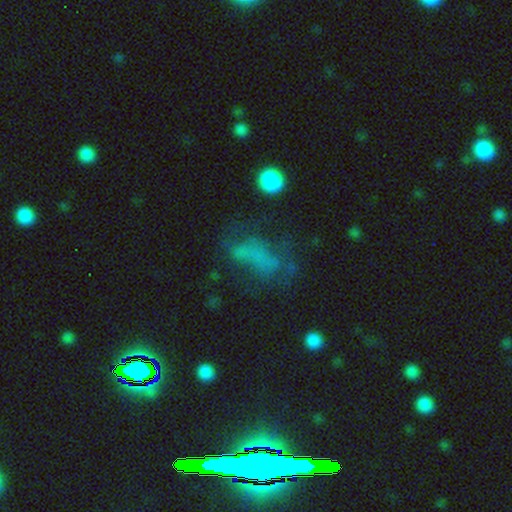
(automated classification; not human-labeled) This is marginally a smooth galaxy (41%). Merging: marginally none (44%).